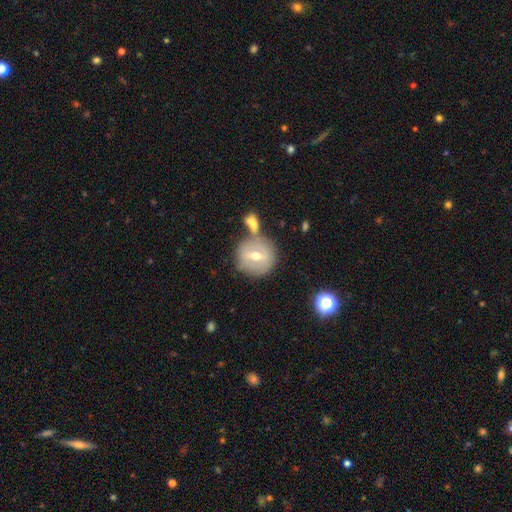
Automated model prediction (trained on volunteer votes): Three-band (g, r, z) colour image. It shows a featured or disk galaxy (46%, tied with smooth). Merging: none (60%).